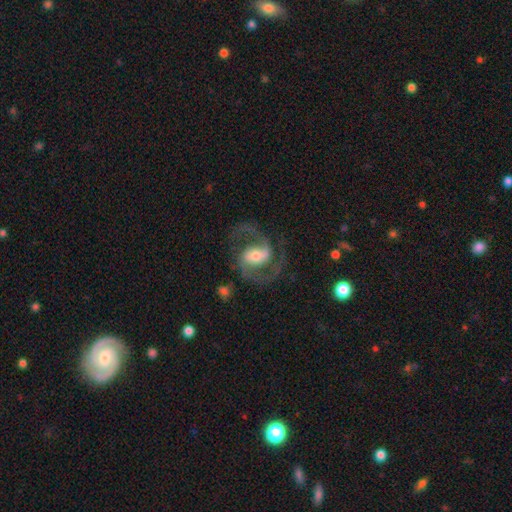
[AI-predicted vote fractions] Morphology: type=featured or disk (88%); edge-on=no (98%); bar=weak (43%); spiral arms=yes (96%); winding=medium (65%); arm count=2 (93%); bulge=moderate (55%); merging=none (75%).